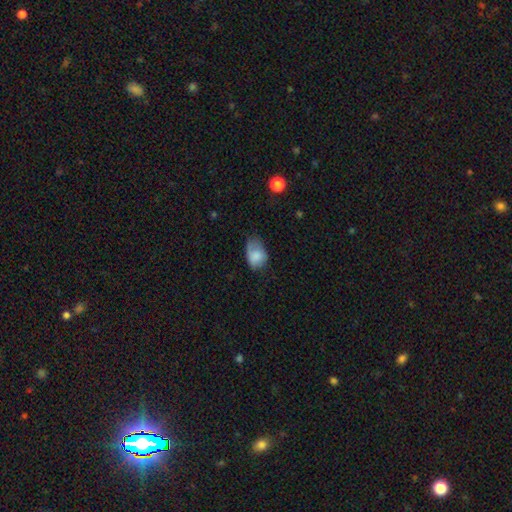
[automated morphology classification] A smooth galaxy with no disk features (79%) that is in between round and cigar-shaped (79%). Merging: minor disturbance (42%).